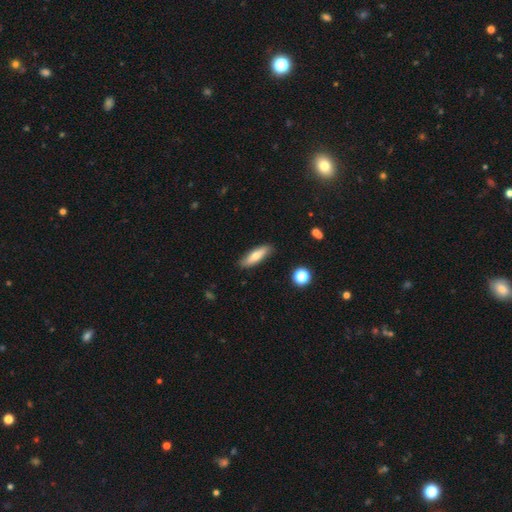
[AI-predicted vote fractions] A smooth galaxy with no disk features (66%) that is cigar-shaped (57%).

Vote fractions:
- Smooth or featured? smooth: 66% / featured or disk: 27% / star or artifact: 7%
- How rounded? cigar-shaped: 57% / in between: 41% / round: 2%
- Merging? none: 85% / minor disturbance: 11% / major disturbance: 2% / merger: 2%